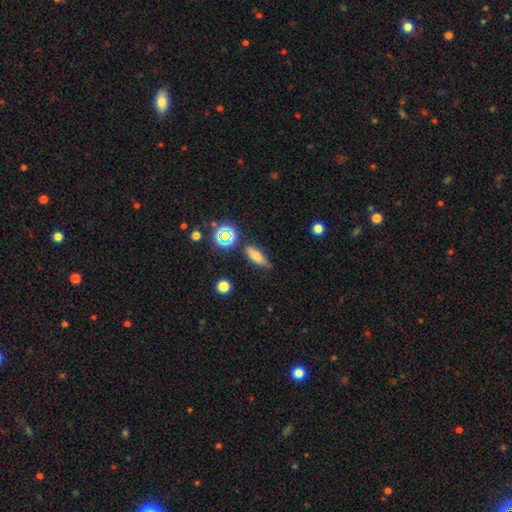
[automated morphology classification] smooth 71%, star or artifact 15%, featured or disk 13%. Down the decision tree: how rounded — in between (58%); merging — none (76%).